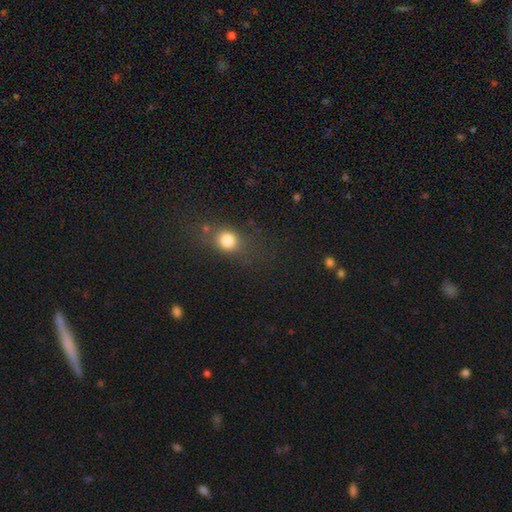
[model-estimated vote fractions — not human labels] A smooth galaxy with no disk features (51%) that is in between round and cigar-shaped (45%, tied with round). Merging: none (81%).